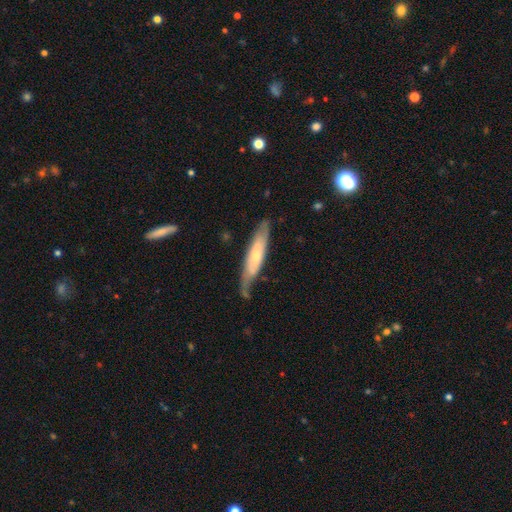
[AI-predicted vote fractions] Smooth or featured? featured or disk (52%)
Edge-on disk? yes (61%)
Merging? none (68%)